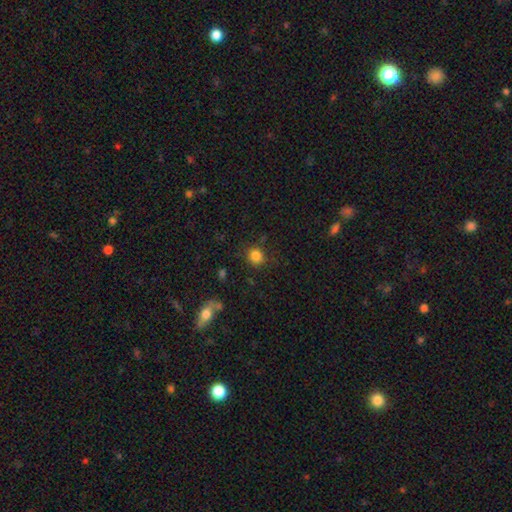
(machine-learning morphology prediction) A smooth galaxy with no disk features (83%) that is round (86%).

Vote fractions:
- Smooth or featured? smooth: 83% / star or artifact: 11% / featured or disk: 5%
- How rounded? round: 86% / in between: 13% / cigar-shaped: 1%
- Merging? none: 85% / minor disturbance: 10% / major disturbance: 3% / merger: 2%